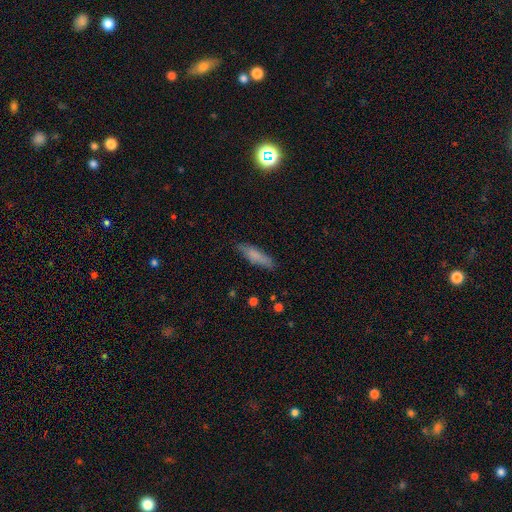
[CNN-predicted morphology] Smooth or featured? smooth (77%)
How rounded? cigar-shaped (67%)
Merging? none (80%)